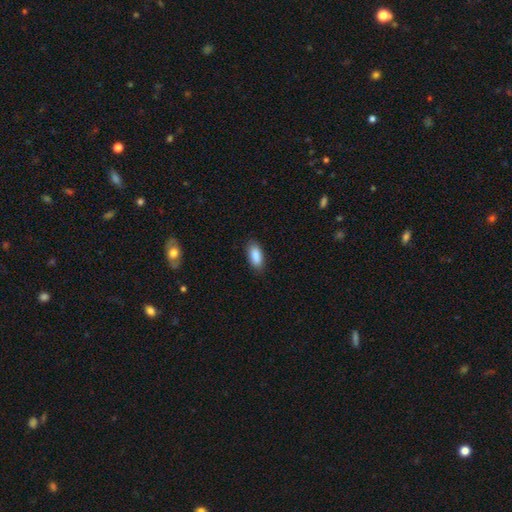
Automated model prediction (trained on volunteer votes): smooth-or-featured: smooth: 89% | star or artifact: 6% | featured or disk: 5%
  how-rounded: in between: 88% | cigar-shaped: 10% | round: 2%
  merging: none: 87% | minor disturbance: 10% | major disturbance: 2% | merger: 1%